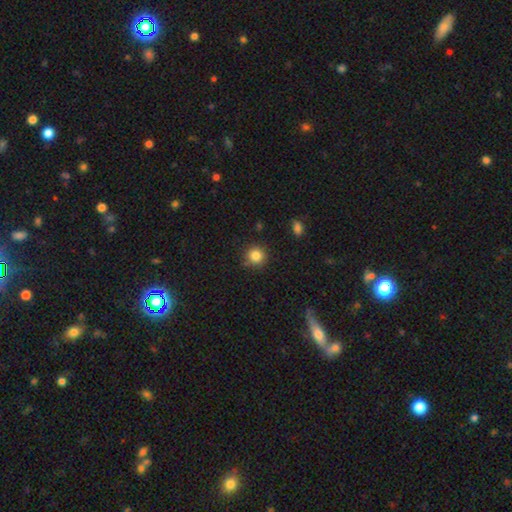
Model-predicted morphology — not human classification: type=smooth (84%); roundness=round (93%); merging=none (86%).